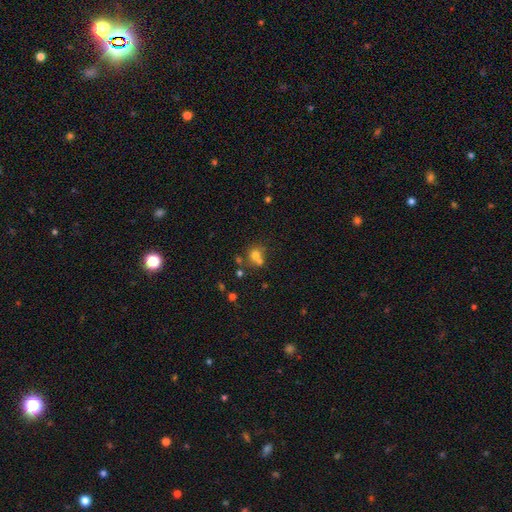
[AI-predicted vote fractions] This is likely a smooth galaxy (66%). How rounded: clearly round (80%). Merging: marginally none (44%).